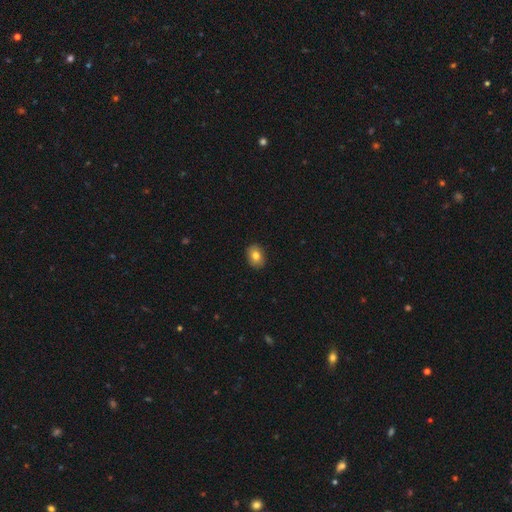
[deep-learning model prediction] Overall: smooth (80%). How rounded: in between (62%; round 37%). Merging: none (89%).